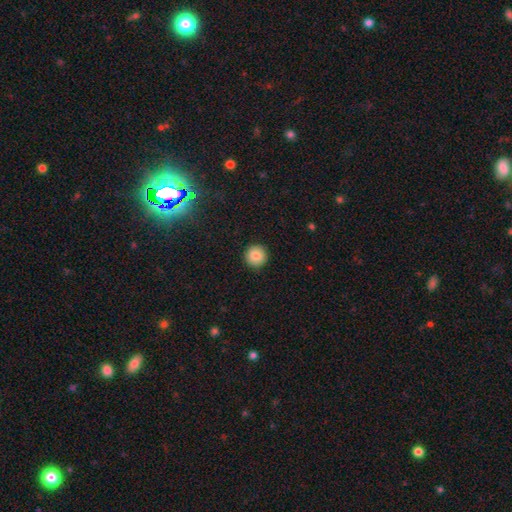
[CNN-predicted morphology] smooth-or-featured: smooth: 85% | star or artifact: 9% | featured or disk: 5%
  how-rounded: round: 95% | in between: 4% | cigar-shaped: 1%
  merging: none: 93% | minor disturbance: 5% | major disturbance: 2% | merger: 1%